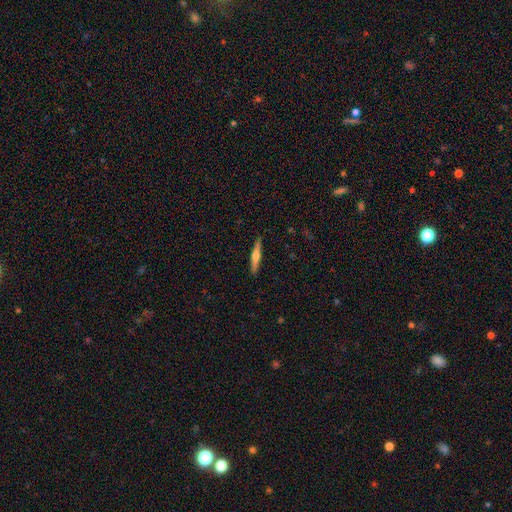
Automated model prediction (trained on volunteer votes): This appears to be a featured or disk galaxy (54%) viewed edge-on (97%) with a rounded central bulge (83%). Merging: none (90%).